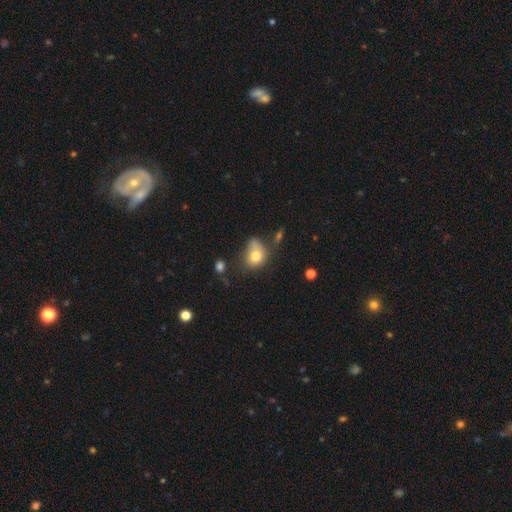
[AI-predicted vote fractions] smooth_or_featured: smooth (p=0.76) [alt: featured or disk p=0.14]
how_rounded: in between (p=0.50) [alt: round p=0.48]
merging: none (p=0.38) [alt: minor disturbance p=0.29]